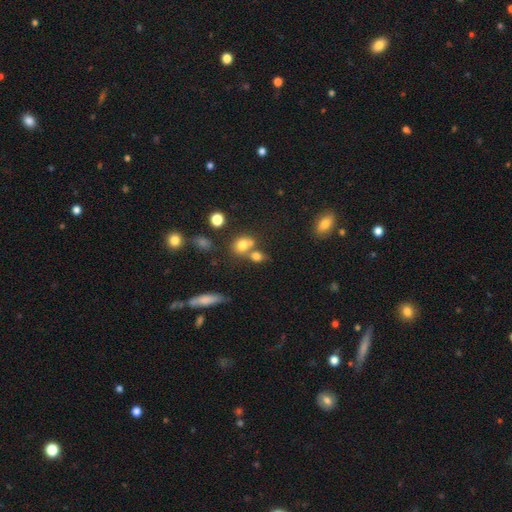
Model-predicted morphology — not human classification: Q: Smooth or featured?
A: smooth (70%); runner-up: star or artifact (15%)
Q: How rounded?
A: round (55%); runner-up: in between (41%)
Q: Merging?
A: merger (45%); runner-up: none (40%)